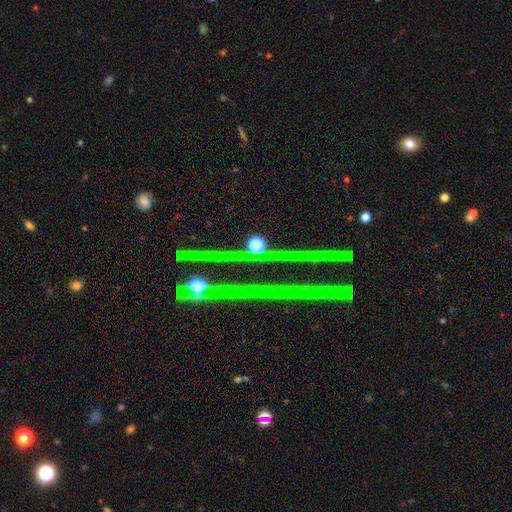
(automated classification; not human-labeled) Smooth or featured: star or artifact — 75% (featured or disk — 17%)